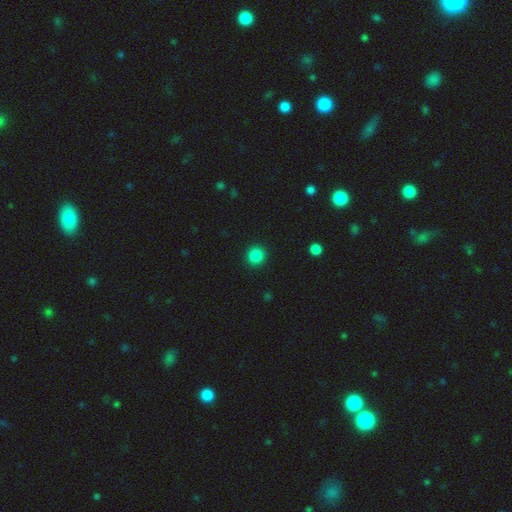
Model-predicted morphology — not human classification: Smooth or featured?
  - smooth: 86% *
  - star or artifact: 11%
  - featured or disk: 3%
How rounded?
  - round: 93% *
  - in between: 6%
  - cigar-shaped: 1%
Merging?
  - none: 93% *
  - minor disturbance: 5%
  - major disturbance: 2%
  - merger: 1%